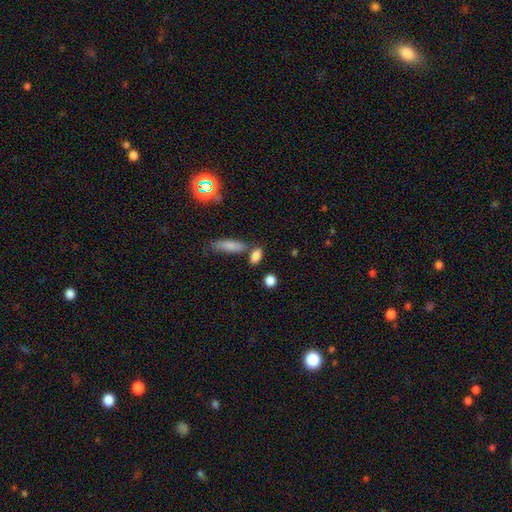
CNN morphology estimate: The model was most divided on "merging": none: 66%, merger: 17%, minor disturbance: 12%, major disturbance: 4%. More confident: smooth or featured — smooth (83%); how rounded — in between (74%).